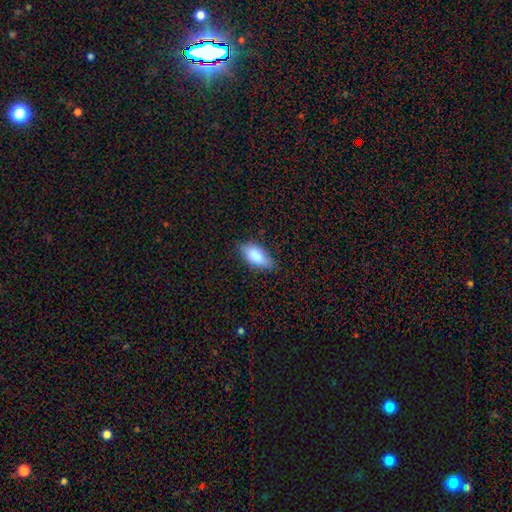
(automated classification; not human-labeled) This is clearly a smooth galaxy (87%). How rounded: clearly in between (89%). Merging: likely none (79%).